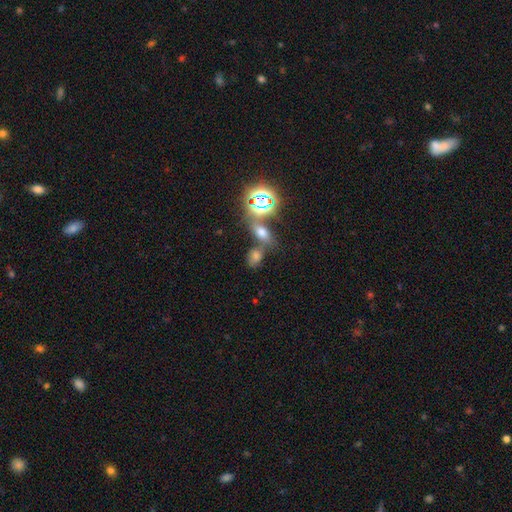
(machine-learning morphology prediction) The model was most divided on "smooth or featured": smooth: 48%, star or artifact: 39%, featured or disk: 13%. More confident: merging — none (52%).